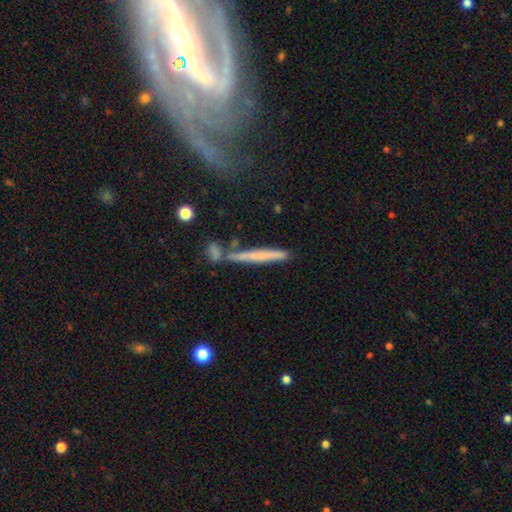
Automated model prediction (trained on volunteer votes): Q: Smooth or featured?
A: smooth (57%); runner-up: featured or disk (36%)
Q: How rounded?
A: cigar-shaped (94%); runner-up: in between (4%)
Q: Merging?
A: none (67%); runner-up: merger (15%)